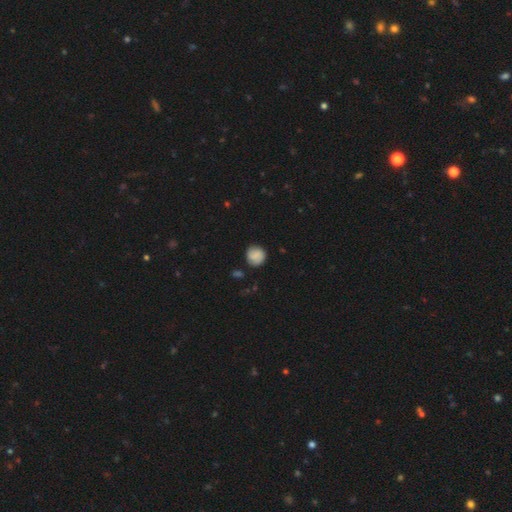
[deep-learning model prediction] Overall: smooth (72%). How rounded: round (88%). Merging: none (80%).